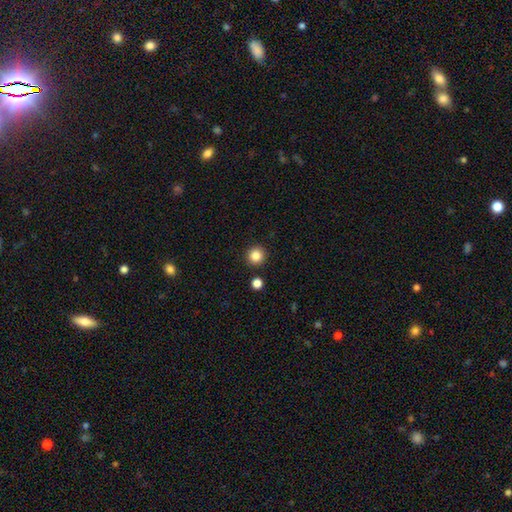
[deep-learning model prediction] A smooth galaxy with no disk features (85%) that is round (95%).

Vote fractions:
- Smooth or featured? smooth: 85% / star or artifact: 11% / featured or disk: 4%
- How rounded? round: 95% / in between: 4% / cigar-shaped: 1%
- Merging? none: 91% / minor disturbance: 5% / merger: 3% / major disturbance: 2%